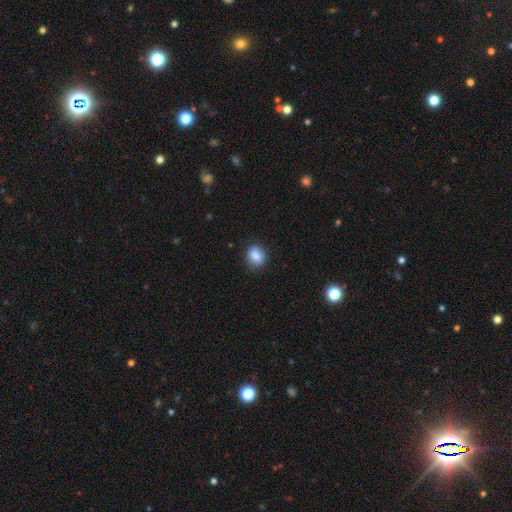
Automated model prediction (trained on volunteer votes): smooth 82%, featured or disk 9%, star or artifact 8%. Down the decision tree: how rounded — round (52%); merging — none (81%).